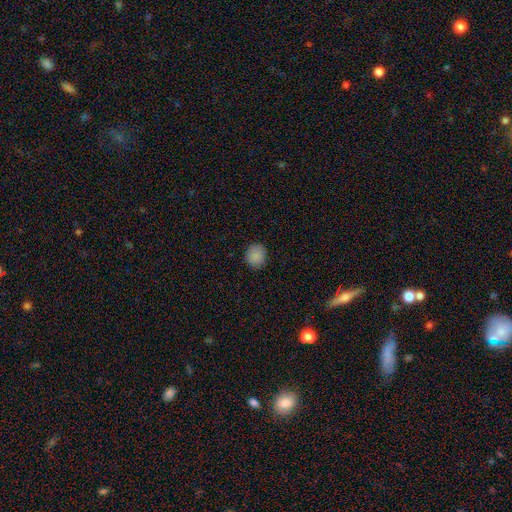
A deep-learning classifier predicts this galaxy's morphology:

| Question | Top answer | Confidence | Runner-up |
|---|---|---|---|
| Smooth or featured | smooth | 87% | star or artifact (10%) |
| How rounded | round | 81% | in between (18%) |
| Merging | none | 89% | minor disturbance (8%) |